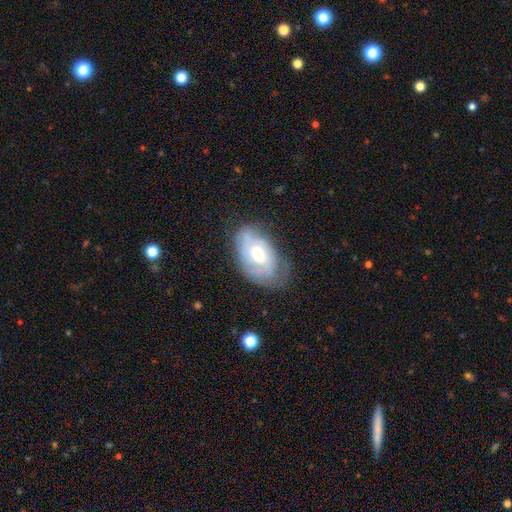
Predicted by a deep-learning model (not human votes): The model was most divided on "smooth or featured": featured or disk: 59%, smooth: 34%, star or artifact: 7%. More confident: edge-on disk — no (93%); spiral arms — yes (68%); bar — no (66%); bulge size — moderate (64%); merging — none (56%).